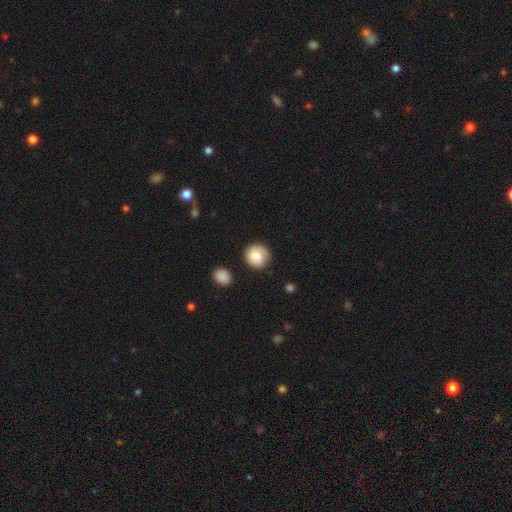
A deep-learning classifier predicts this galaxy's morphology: Smooth or featured? Predicted: smooth (p=0.67). How rounded? Predicted: round (p=0.87). Merging? Predicted: none (p=0.77).